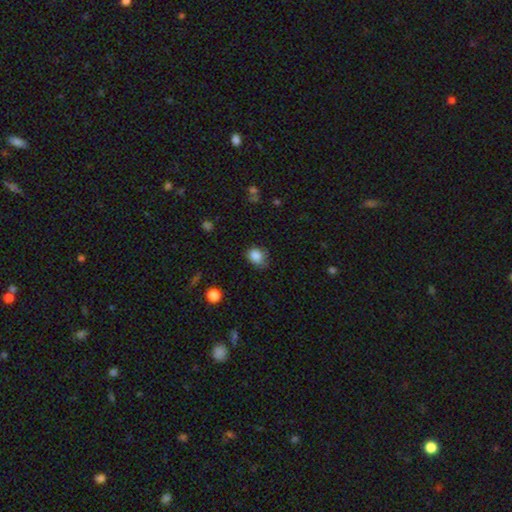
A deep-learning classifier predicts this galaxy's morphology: Smooth or featured?
  - smooth: 86% *
  - star or artifact: 9%
  - featured or disk: 5%
How rounded?
  - in between: 51% *
  - round: 48%
  - cigar-shaped: 1%
Merging?
  - none: 65% *
  - minor disturbance: 27%
  - major disturbance: 6%
  - merger: 1%